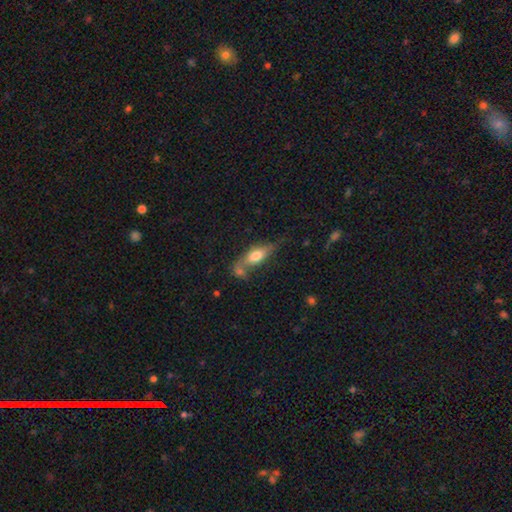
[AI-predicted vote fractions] smooth-or-featured: smooth: 64% | featured or disk: 29% | star or artifact: 7%
  how-rounded: in between: 69% | cigar-shaped: 26% | round: 4%
  merging: none: 45% | merger: 25% | minor disturbance: 20% | major disturbance: 10%